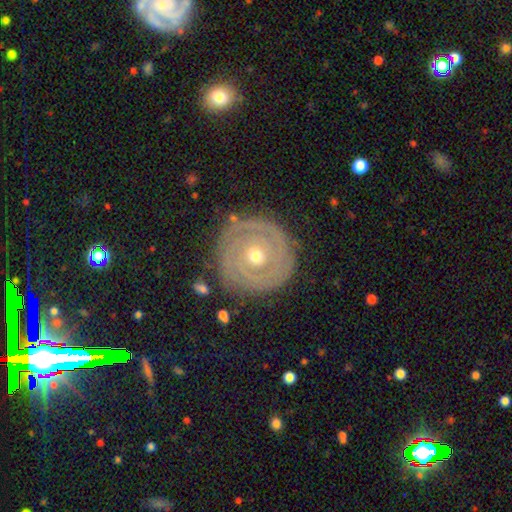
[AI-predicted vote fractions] Morphology: type=featured or disk (82%); edge-on=no (97%); bar=no (76%); spiral arms=yes (87%); winding=tight (86%); arm count=2 (42%); bulge=moderate (58%); merging=none (83%).